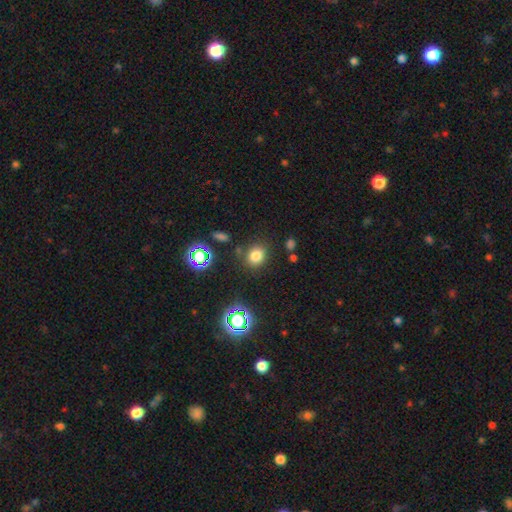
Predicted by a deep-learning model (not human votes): Smooth or featured? smooth (74%)
How rounded? round (72%)
Merging? none (80%)